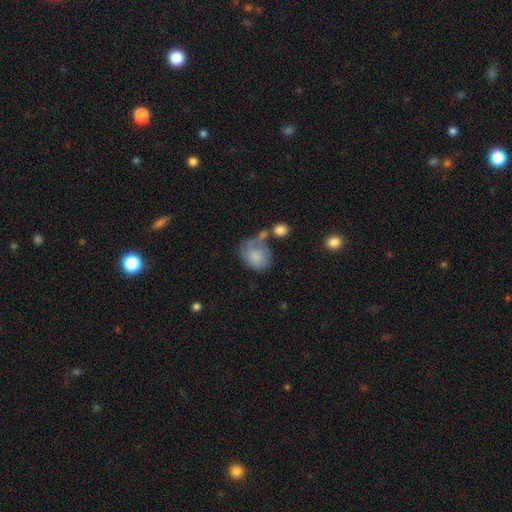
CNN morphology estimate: Smooth or featured? smooth (72%)
How rounded? in between (55%)
Merging? none (33%)